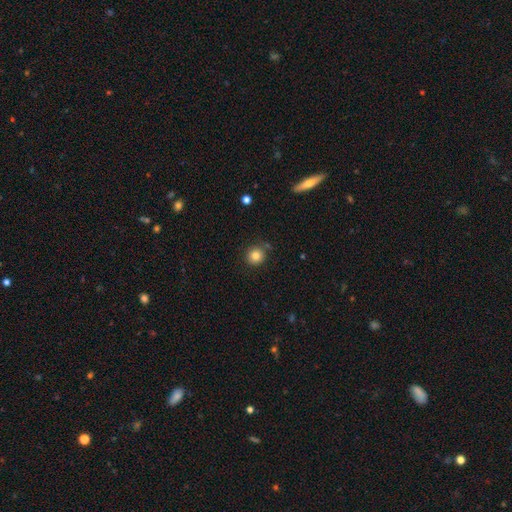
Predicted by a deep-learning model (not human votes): A smooth galaxy with no disk features (82%) that is round (91%).

Vote fractions:
- Smooth or featured? smooth: 82% / star or artifact: 11% / featured or disk: 7%
- How rounded? round: 91% / in between: 8% / cigar-shaped: 1%
- Merging? none: 82% / minor disturbance: 10% / merger: 4% / major disturbance: 3%